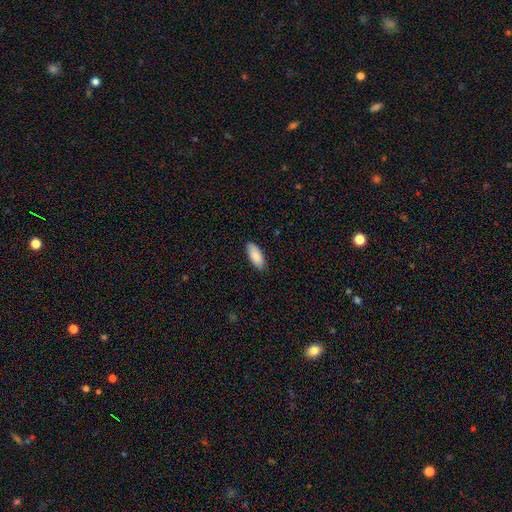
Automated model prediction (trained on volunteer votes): Smooth or featured: smooth — 89% (star or artifact — 6%)
How rounded: in between — 85% (cigar-shaped — 14%)
Merging: none — 87% (minor disturbance — 10%)